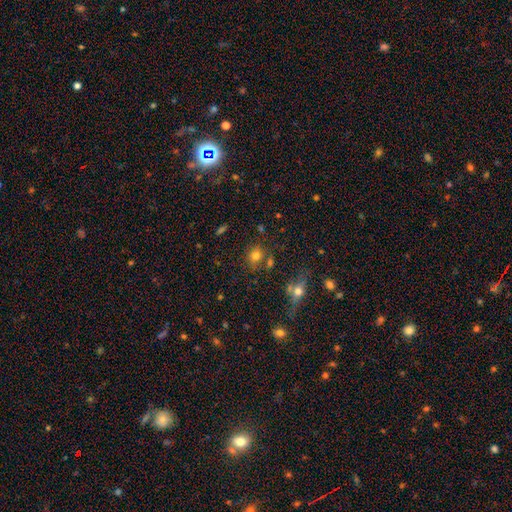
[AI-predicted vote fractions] smooth-or-featured: smooth: 75% | star or artifact: 15% | featured or disk: 9%
  how-rounded: round: 73% | in between: 26% | cigar-shaped: 2%
  merging: none: 69% | minor disturbance: 13% | merger: 13% | major disturbance: 5%